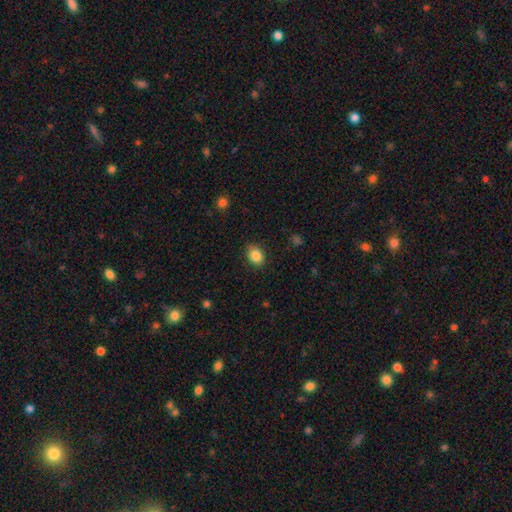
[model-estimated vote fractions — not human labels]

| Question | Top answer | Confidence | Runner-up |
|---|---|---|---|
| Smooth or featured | smooth | 86% | star or artifact (9%) |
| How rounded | in between | 61% | round (38%) |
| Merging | none | 87% | minor disturbance (9%) |